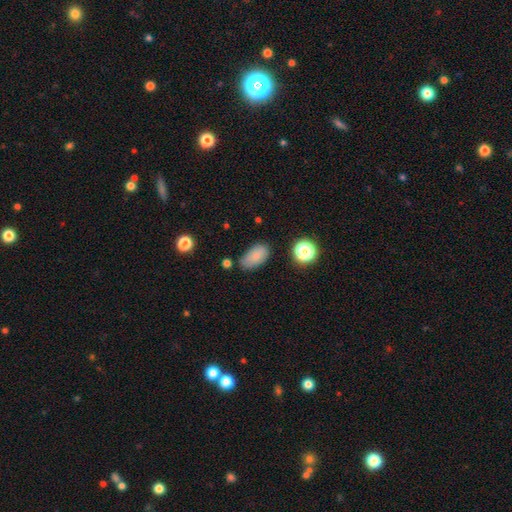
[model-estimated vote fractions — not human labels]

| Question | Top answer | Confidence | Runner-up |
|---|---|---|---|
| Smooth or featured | smooth | 81% | star or artifact (10%) |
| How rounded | in between | 91% | round (6%) |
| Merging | none | 69% | minor disturbance (22%) |